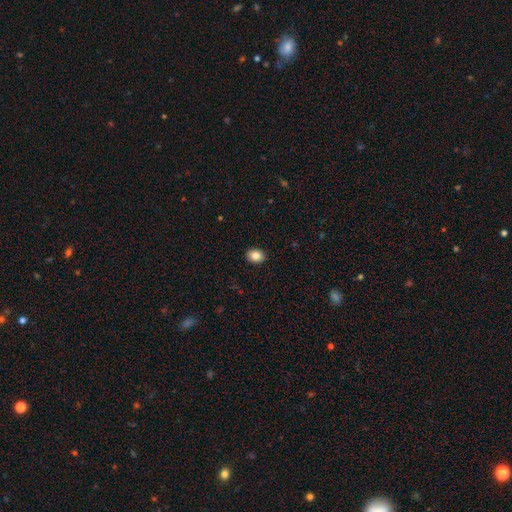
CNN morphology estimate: Smooth or featured: smooth — 85% (star or artifact — 8%)
How rounded: in between — 67% (round — 32%)
Merging: none — 91% (minor disturbance — 7%)